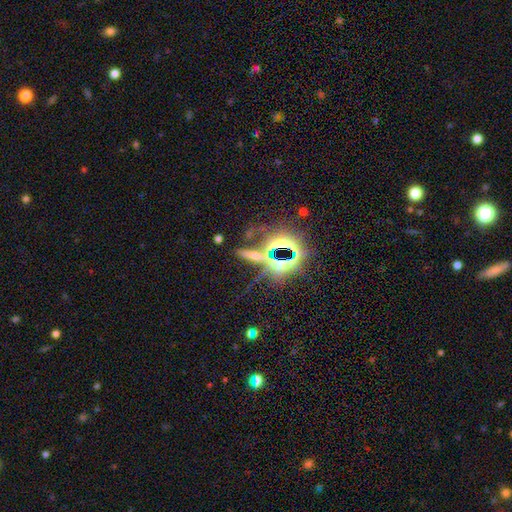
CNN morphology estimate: Q: Smooth or featured?
A: star or artifact (50%); runner-up: smooth (28%)